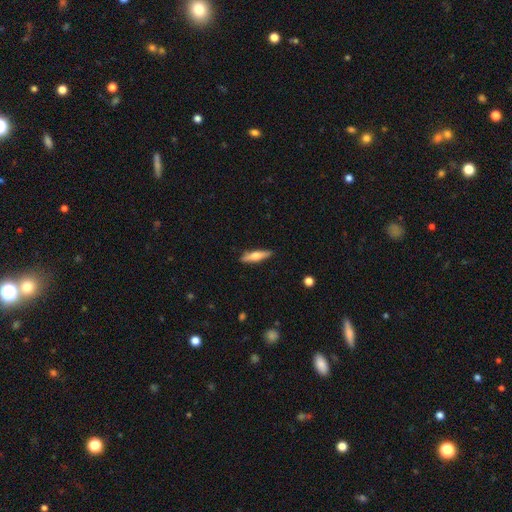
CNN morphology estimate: This is possibly a smooth galaxy (56%). How rounded: likely cigar-shaped (72%). Merging: clearly none (89%).